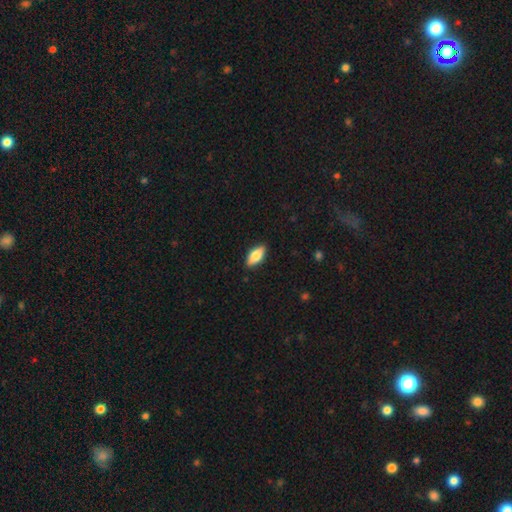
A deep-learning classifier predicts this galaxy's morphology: This appears to be a smooth galaxy with no disk features (74%) that is in between round and cigar-shaped (83%). Merging: none (89%).